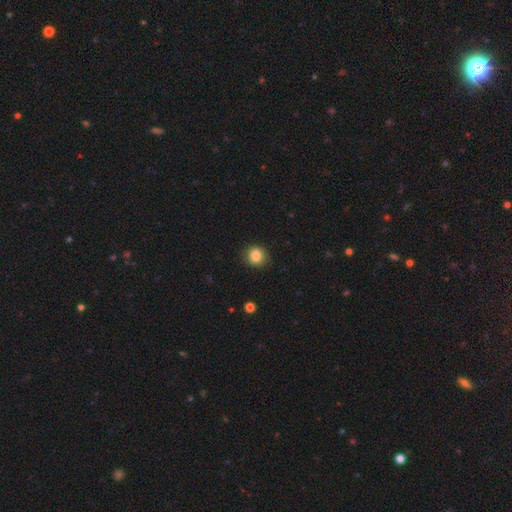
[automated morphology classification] A smooth galaxy with no disk features (84%) that is round (86%).

Vote fractions:
- Smooth or featured? smooth: 84% / star or artifact: 10% / featured or disk: 6%
- How rounded? round: 86% / in between: 13% / cigar-shaped: 1%
- Merging? none: 87% / minor disturbance: 9% / major disturbance: 2% / merger: 1%